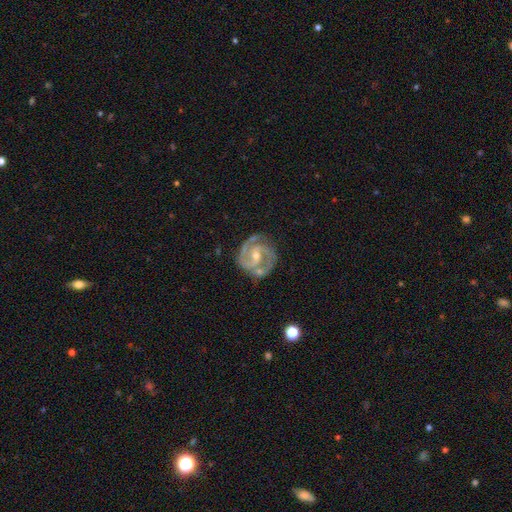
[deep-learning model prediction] Overall: featured or disk (91%). Edge-on disk: no (98%). Bar: weak (45%; no 33%). Spiral arms: yes (98%). Spiral arm count: 2 (84%). Spiral winding: tight (48%; medium 46%). Bulge size: small (51%; moderate 46%). Merging: none (74%).